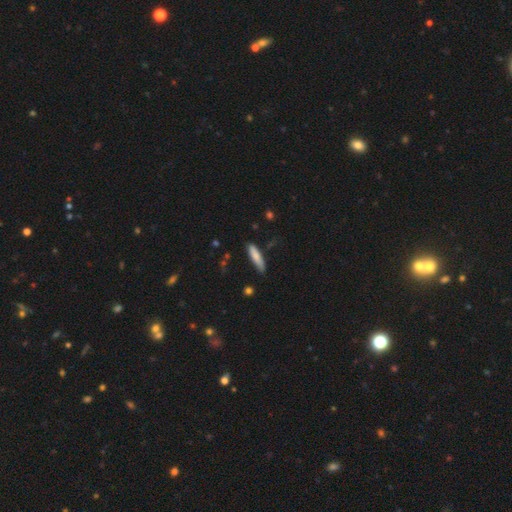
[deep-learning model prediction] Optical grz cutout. It shows a smooth galaxy with no disk features (78%) that is cigar-shaped (79%). Merging: none (75%).